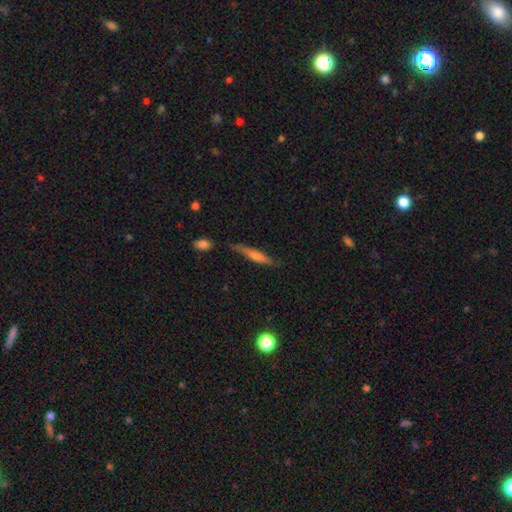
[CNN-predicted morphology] Q: Smooth or featured?
A: smooth (56%); runner-up: featured or disk (37%)
Q: How rounded?
A: cigar-shaped (89%); runner-up: in between (9%)
Q: Merging?
A: none (71%); runner-up: minor disturbance (20%)